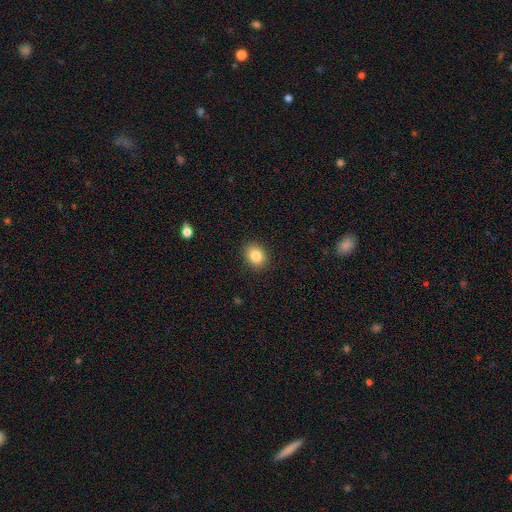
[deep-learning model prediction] Morphology: type=smooth (85%); roundness=round (55%); merging=none (90%).